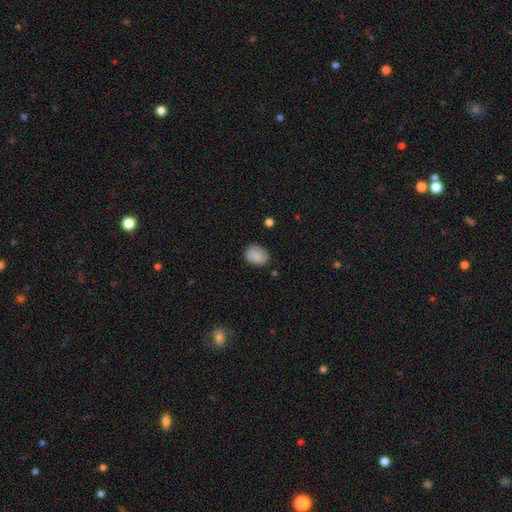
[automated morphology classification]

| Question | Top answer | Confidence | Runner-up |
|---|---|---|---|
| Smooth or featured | smooth | 79% | featured or disk (13%) |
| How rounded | in between | 65% | round (34%) |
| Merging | none | 71% | minor disturbance (21%) |